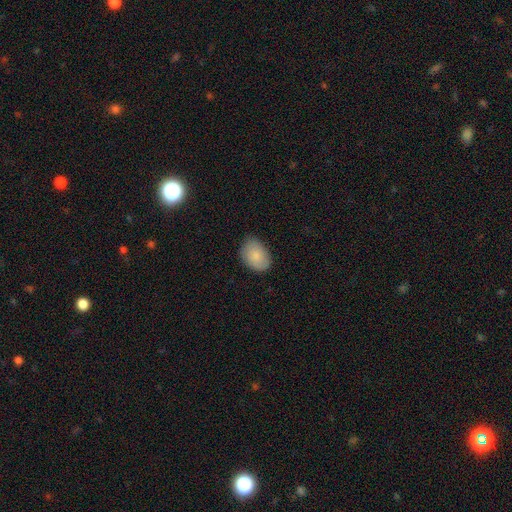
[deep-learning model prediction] This appears to be a smooth galaxy with no disk features (83%) that is in between round and cigar-shaped (82%). Merging: none (79%).